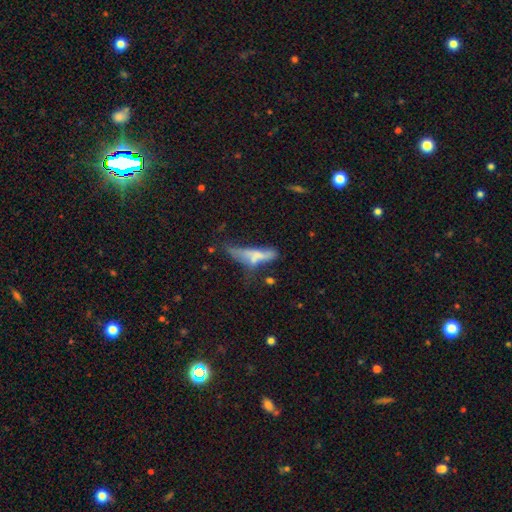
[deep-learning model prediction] Smooth or featured? Predicted: smooth (p=0.53). How rounded? Predicted: cigar-shaped (p=0.67). Merging? Predicted: merger (p=0.30).